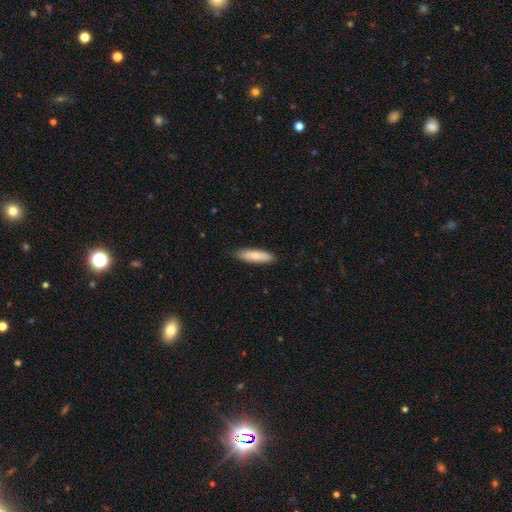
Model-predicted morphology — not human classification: The model was most divided on "how rounded": cigar-shaped: 63%, in between: 35%, round: 2%. More confident: merging — none (87%); smooth or featured — smooth (75%).